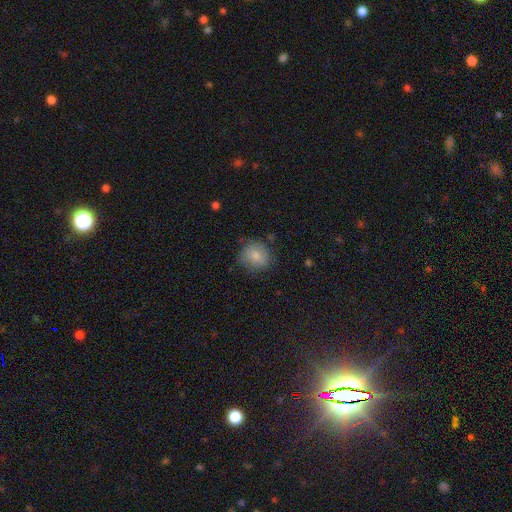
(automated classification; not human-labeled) Overall: smooth (80%). How rounded: round (75%). Merging: none (70%).